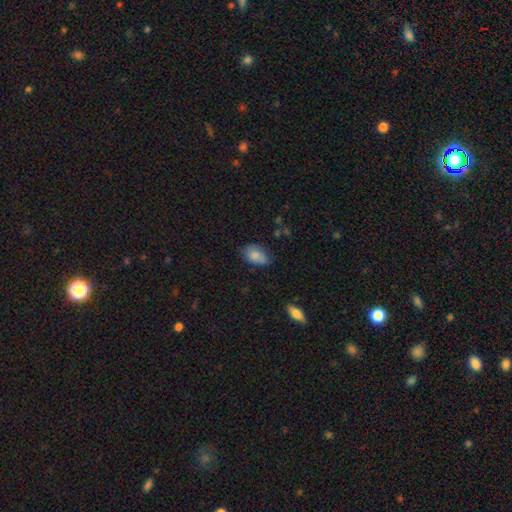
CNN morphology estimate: Smooth or featured?
  - smooth: 80% *
  - featured or disk: 13%
  - star or artifact: 7%
How rounded?
  - in between: 88% *
  - round: 10%
  - cigar-shaped: 2%
Merging?
  - none: 65% *
  - minor disturbance: 27%
  - major disturbance: 6%
  - merger: 2%